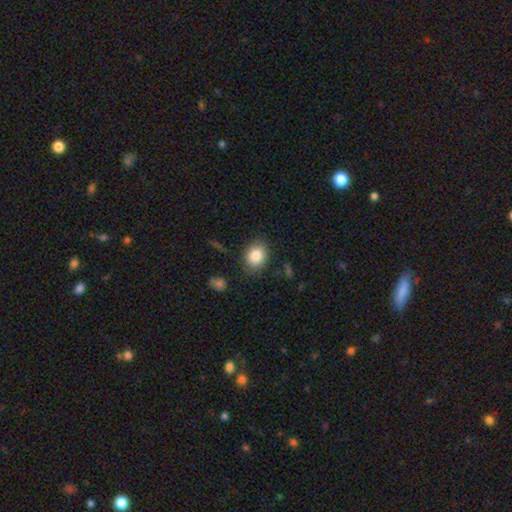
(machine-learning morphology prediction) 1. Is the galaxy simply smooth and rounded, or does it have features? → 85% smooth, 8% star or artifact, 7% featured or disk.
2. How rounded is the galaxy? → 52% in between, 47% round, 1% cigar-shaped.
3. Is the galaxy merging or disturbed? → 81% none, 13% minor disturbance, 4% major disturbance, 2% merger.